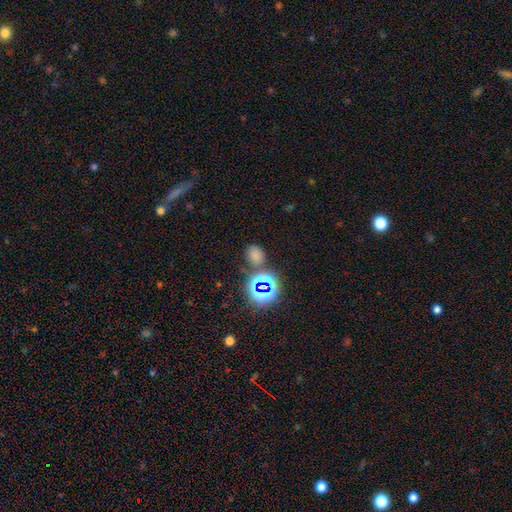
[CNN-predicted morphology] smooth 61%, star or artifact 33%, featured or disk 6%. Down the decision tree: how rounded — in between (52%); merging — none (72%).